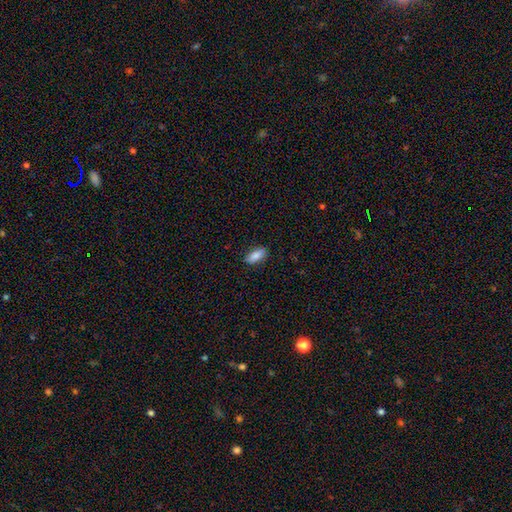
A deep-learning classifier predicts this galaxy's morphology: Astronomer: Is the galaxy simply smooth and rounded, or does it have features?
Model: smooth — 83%.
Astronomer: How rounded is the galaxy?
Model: in between — 86%.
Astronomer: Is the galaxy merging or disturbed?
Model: none — 87%.